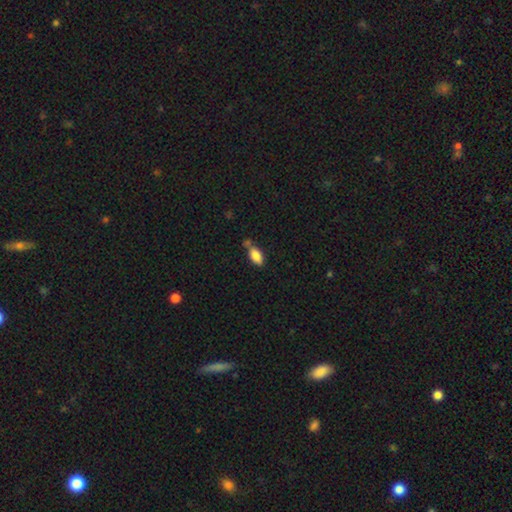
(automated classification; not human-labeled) A smooth galaxy with no disk features (83%) that is in between round and cigar-shaped (88%).

Vote fractions:
- Smooth or featured? smooth: 83% / featured or disk: 9% / star or artifact: 8%
- How rounded? in between: 88% / cigar-shaped: 8% / round: 3%
- Merging? none: 53% / minor disturbance: 21% / merger: 20% / major disturbance: 6%